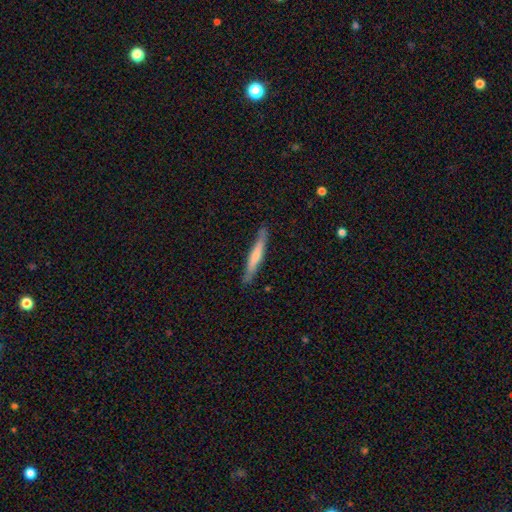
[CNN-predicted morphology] Smooth or featured? smooth (57%)
How rounded? cigar-shaped (94%)
Merging? none (85%)